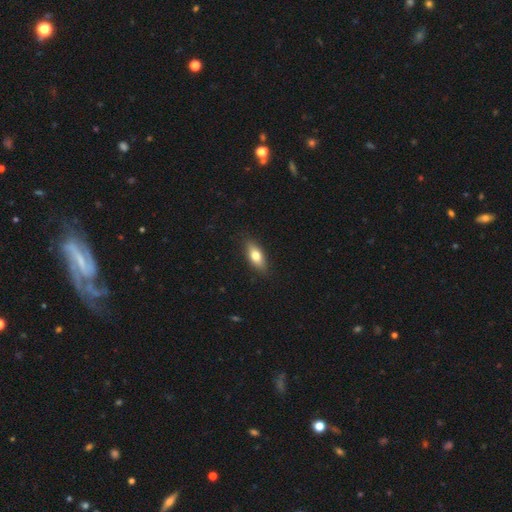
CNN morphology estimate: Q: Smooth or featured?
A: smooth (74%); runner-up: featured or disk (19%)
Q: How rounded?
A: in between (76%); runner-up: cigar-shaped (20%)
Q: Merging?
A: none (87%); runner-up: minor disturbance (10%)